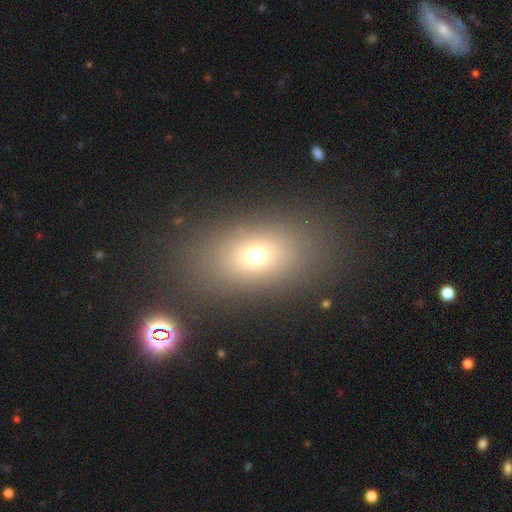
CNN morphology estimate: Smooth or featured? Predicted: smooth (p=0.67). How rounded? Predicted: in between (p=0.76). Merging? Predicted: none (p=0.83).